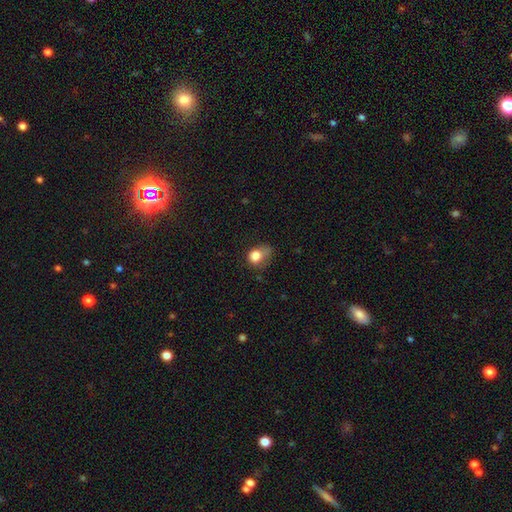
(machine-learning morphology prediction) smooth-or-featured: smooth: 80% | featured or disk: 10% | star or artifact: 10%
  how-rounded: in between: 55% | round: 44% | cigar-shaped: 1%
  merging: minor disturbance: 35% | major disturbance: 31% | none: 28% | merger: 6%